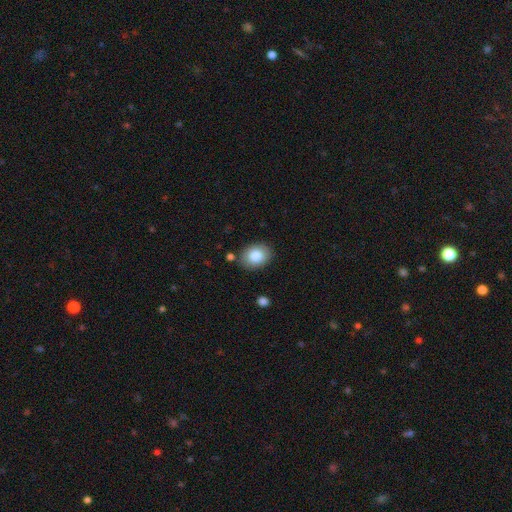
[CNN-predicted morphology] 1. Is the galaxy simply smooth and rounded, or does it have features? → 83% smooth, 9% featured or disk, 8% star or artifact.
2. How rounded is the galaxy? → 63% in between, 36% round, 1% cigar-shaped.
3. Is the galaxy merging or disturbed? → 84% none, 10% minor disturbance, 3% merger, 2% major disturbance.